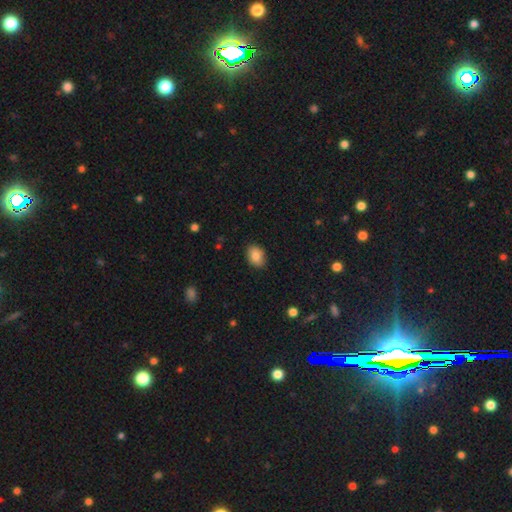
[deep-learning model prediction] Smooth or featured? smooth (84%)
How rounded? in between (78%)
Merging? none (84%)